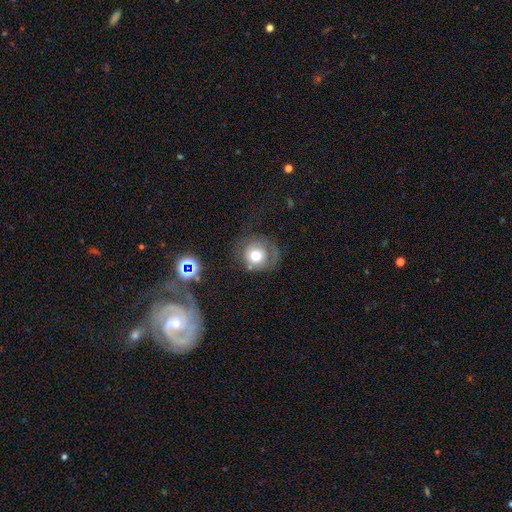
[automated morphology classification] A smooth galaxy with no disk features (64%) that is round (86%).

Vote fractions:
- Smooth or featured? smooth: 64% / featured or disk: 25% / star or artifact: 12%
- How rounded? round: 86% / in between: 13% / cigar-shaped: 1%
- Merging? none: 59% / minor disturbance: 21% / major disturbance: 17% / merger: 3%